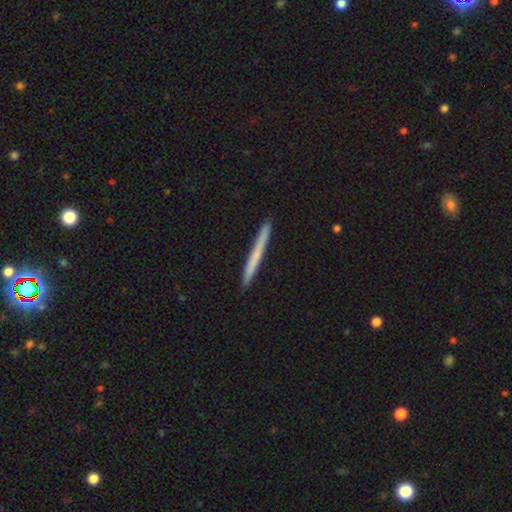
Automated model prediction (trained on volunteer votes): smooth_or_featured: smooth (p=0.60) [alt: featured or disk p=0.34]
how_rounded: cigar-shaped (p=0.97) [alt: in between p=0.01]
merging: none (p=0.92) [alt: minor disturbance p=0.05]